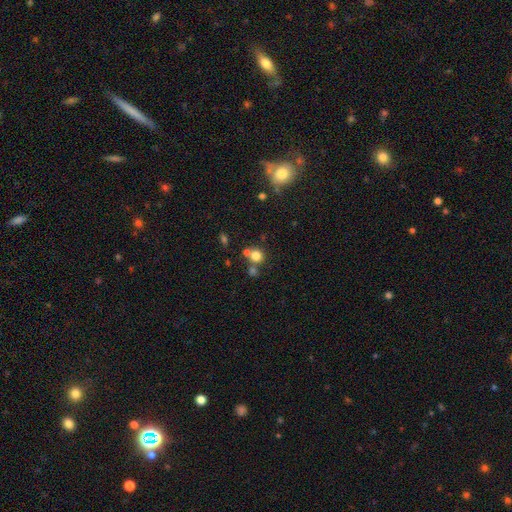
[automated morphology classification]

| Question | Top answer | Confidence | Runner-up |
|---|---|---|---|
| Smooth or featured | smooth | 77% | star or artifact (14%) |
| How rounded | round | 87% | in between (12%) |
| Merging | none | 57% | merger (29%) |